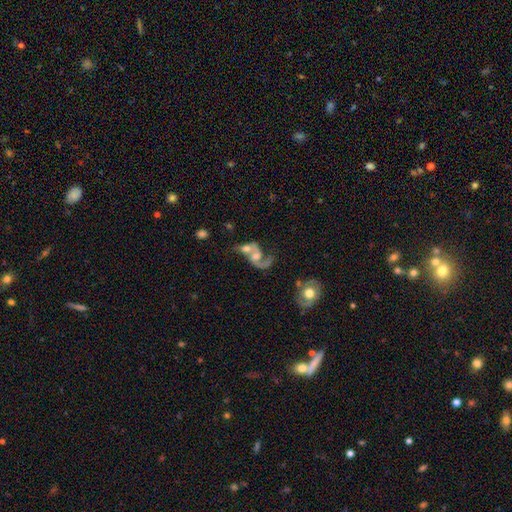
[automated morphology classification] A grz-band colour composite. It shows a featured or disk galaxy (75%) with no bar (61%), 2 (70%) loose (68%) spiral arms (86%) and a moderate central bulge (52%). Merging: merger (59%).